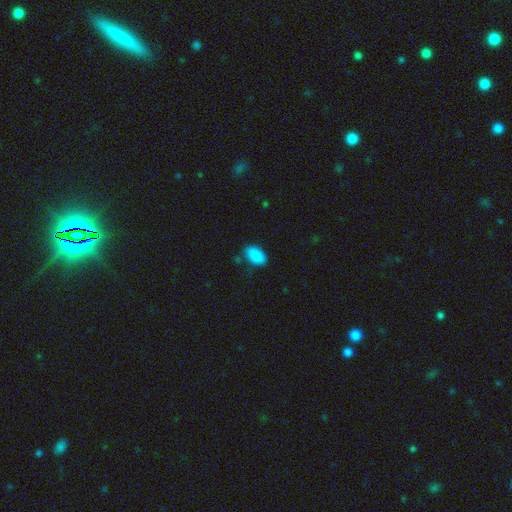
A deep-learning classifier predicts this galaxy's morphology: A smooth galaxy with no disk features (89%) that is in between round and cigar-shaped (93%).

Vote fractions:
- Smooth or featured? smooth: 89% / star or artifact: 8% / featured or disk: 4%
- How rounded? in between: 93% / round: 5% / cigar-shaped: 2%
- Merging? none: 76% / minor disturbance: 17% / major disturbance: 4% / merger: 2%